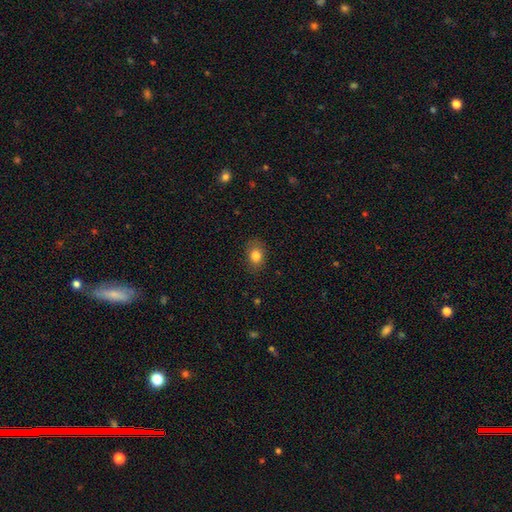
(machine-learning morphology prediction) type=smooth (82%); roundness=in between (67%); merging=none (82%).